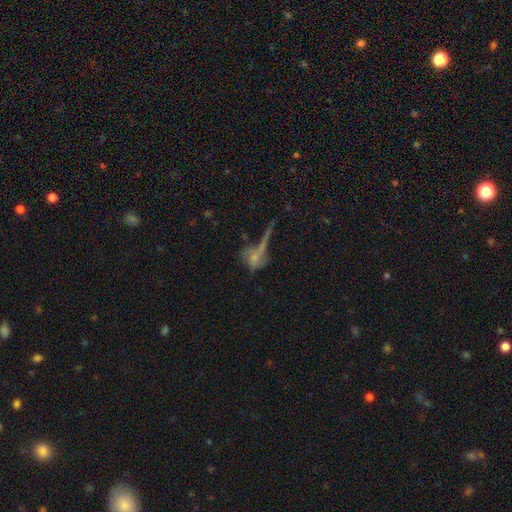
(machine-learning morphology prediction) Smooth or featured?
  - smooth: 44% *
  - featured or disk: 38%
  - star or artifact: 18%
Merging?
  - none: 35% *
  - merger: 27%
  - major disturbance: 24%
  - minor disturbance: 15%